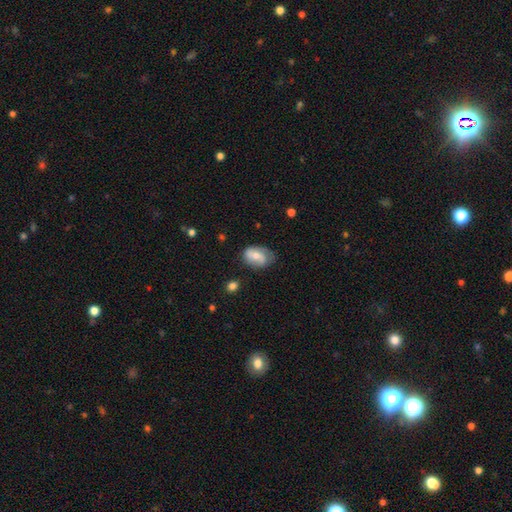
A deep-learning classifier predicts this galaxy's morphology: A smooth galaxy with no disk features (48%). Merging: none (63%).